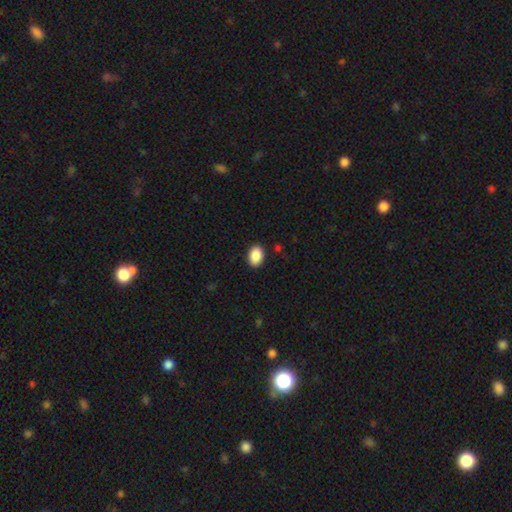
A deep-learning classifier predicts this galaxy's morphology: smooth 90%, star or artifact 7%, featured or disk 3%. Down the decision tree: how rounded — in between (86%); merging — none (90%).